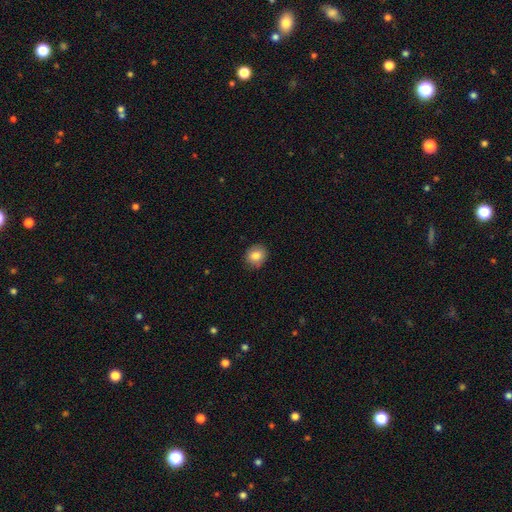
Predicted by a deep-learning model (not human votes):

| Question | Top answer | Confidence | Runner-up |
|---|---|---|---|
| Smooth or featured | smooth | 81% | featured or disk (10%) |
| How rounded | round | 70% | in between (29%) |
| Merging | none | 85% | minor disturbance (12%) |